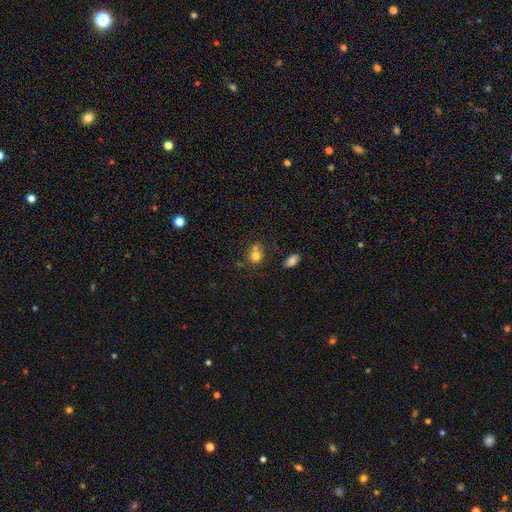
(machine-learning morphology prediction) Overall: smooth (75%). How rounded: round (75%). Merging: none (50%; merger 32%).